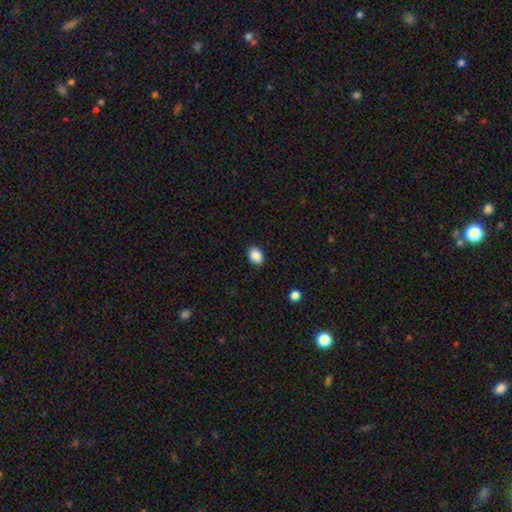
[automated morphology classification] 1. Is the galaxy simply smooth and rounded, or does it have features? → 89% smooth, 8% star or artifact, 3% featured or disk.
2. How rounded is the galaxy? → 76% in between, 23% round, 1% cigar-shaped.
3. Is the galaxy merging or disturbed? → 87% none, 9% minor disturbance, 2% major disturbance, 1% merger.